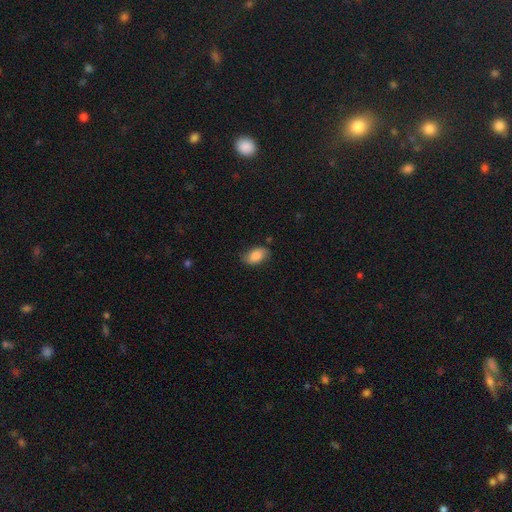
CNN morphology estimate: Smooth or featured? smooth (83%)
How rounded? in between (91%)
Merging? none (74%)